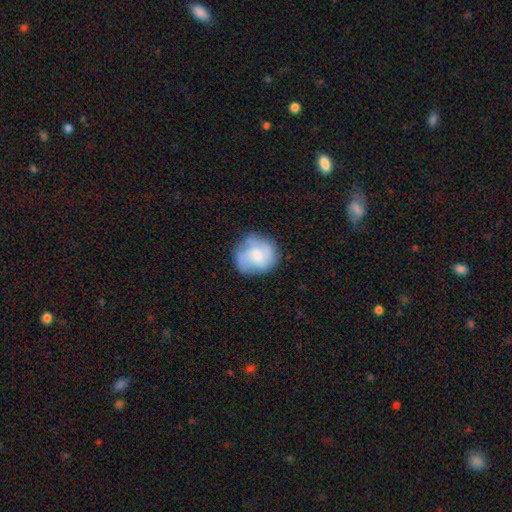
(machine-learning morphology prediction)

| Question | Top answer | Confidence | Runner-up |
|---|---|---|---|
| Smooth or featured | featured or disk | 55% | smooth (37%) |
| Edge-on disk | no | 98% | yes (2%) |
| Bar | no | 62% | weak (33%) |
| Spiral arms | yes | 84% | no (16%) |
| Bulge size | small | 44% | moderate (38%) |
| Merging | none | 66% | minor disturbance (22%) |